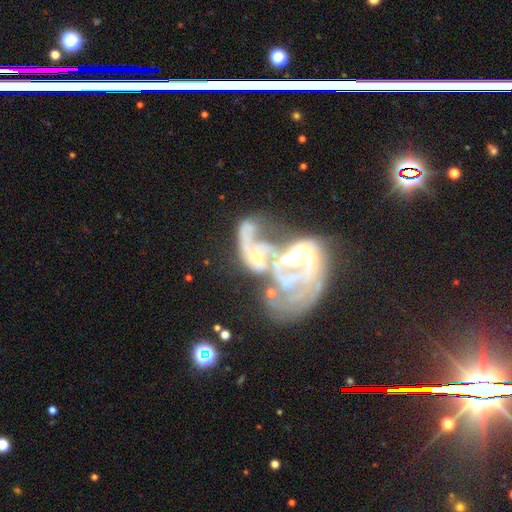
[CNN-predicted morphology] Smooth or featured: featured or disk — 76% (smooth — 13%)
Edge-on disk: no — 97% (yes — 3%)
Bar: no — 67% (weak — 22%)
Spiral arms: yes — 61% (no — 39%)
Bulge size: moderate — 50% (none — 16%)
Merging: merger — 65% (major disturbance — 23%)